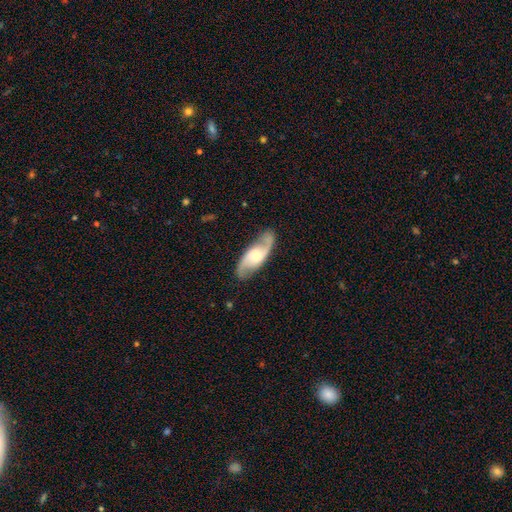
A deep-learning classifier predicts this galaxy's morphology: featured or disk 83%, smooth 13%, star or artifact 5%. Down the decision tree: edge-on disk — no (93%); bar — no (50%); spiral arms — yes (96%); spiral arm count — 2 (92%); spiral winding — medium (45%); bulge size — moderate (53%); merging — none (83%).